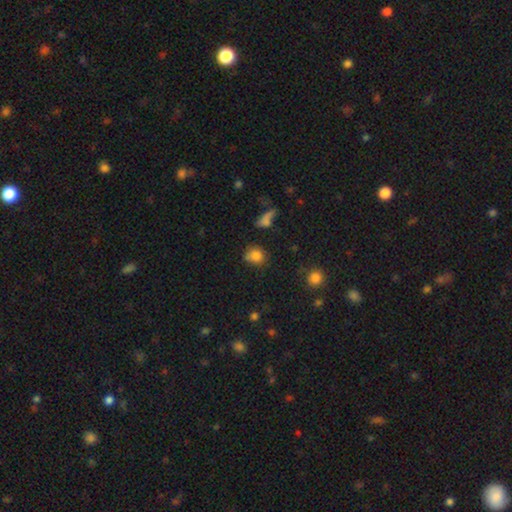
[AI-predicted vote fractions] This appears to be a smooth galaxy with no disk features (80%) that is round (69%). Merging: none (62%).